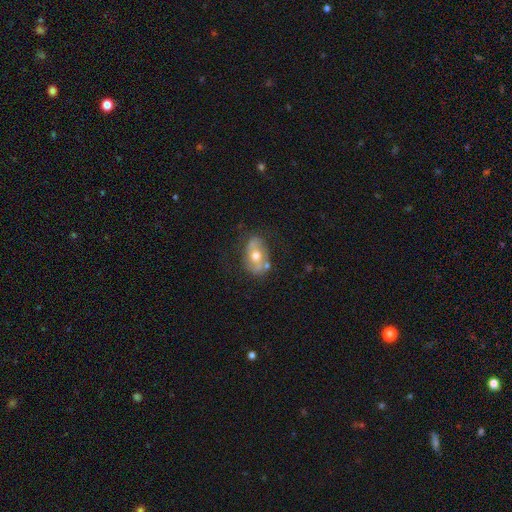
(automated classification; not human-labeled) This appears to be a featured or disk galaxy (55%) with no bar (49%), no spiral arms (51%) and a moderate central bulge (77%). Merging: none (68%).